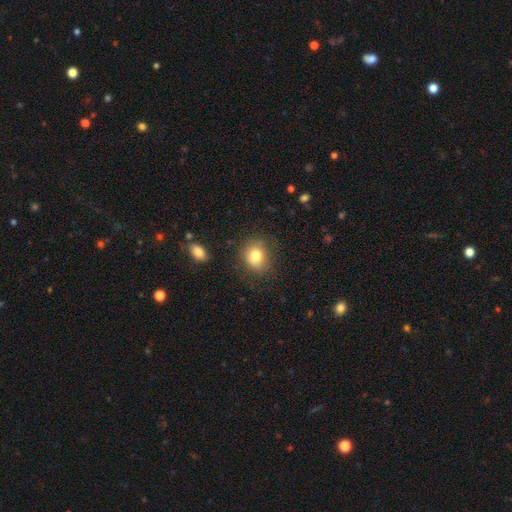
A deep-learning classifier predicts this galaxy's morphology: type=smooth (79%); roundness=round (62%); merging=none (75%).